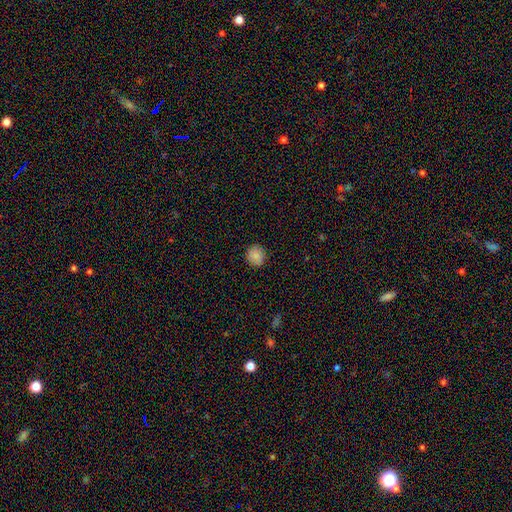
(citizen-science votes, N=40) This is clearly a smooth galaxy (90%). How rounded: clearly round (92%). Merging: clearly none (100%).